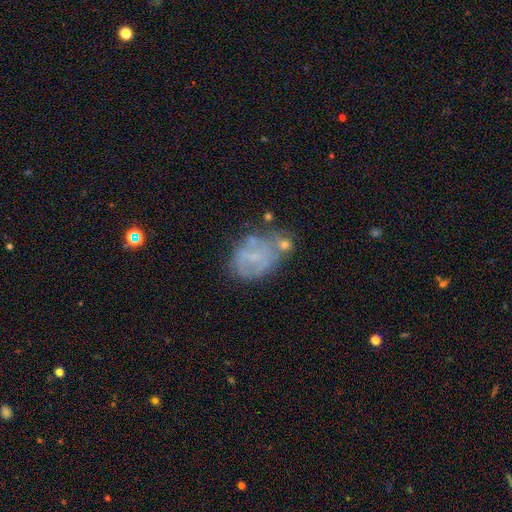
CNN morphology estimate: This is possibly a featured or disk galaxy (54%). It is clearly not viewed edge-on (97%). Bar: likely no (62%). Spiral arm pattern: likely no (62%). Central bulge: possibly none (48%). Merging: marginally none (43%).